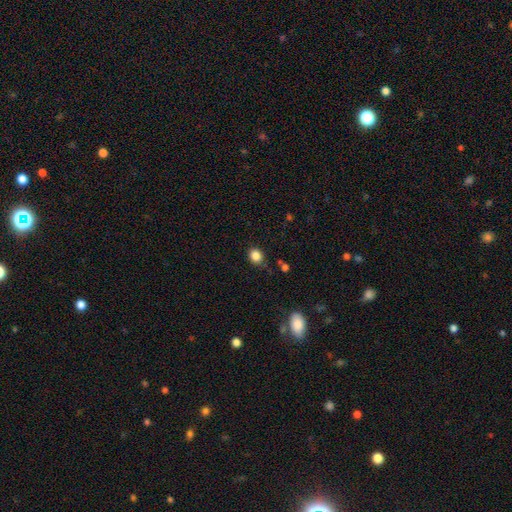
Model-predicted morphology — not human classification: Overall: smooth (85%). How rounded: round (64%; in between 35%). Merging: none (80%).